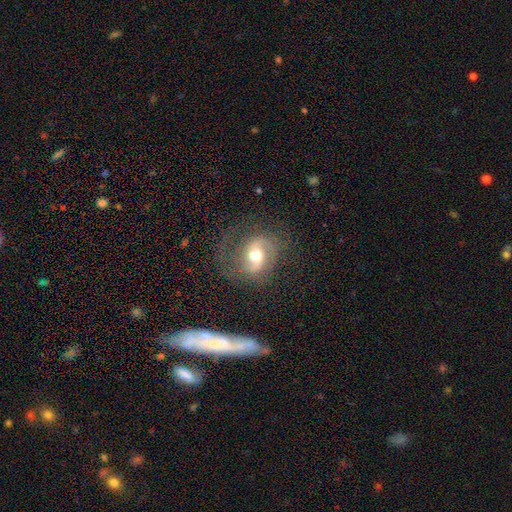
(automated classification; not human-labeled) A featured or disk galaxy (73%) with a weak bar (41%), 2 (82%) medium (46%) spiral arms (88%) and a moderate central bulge (71%). Merging: none (67%).